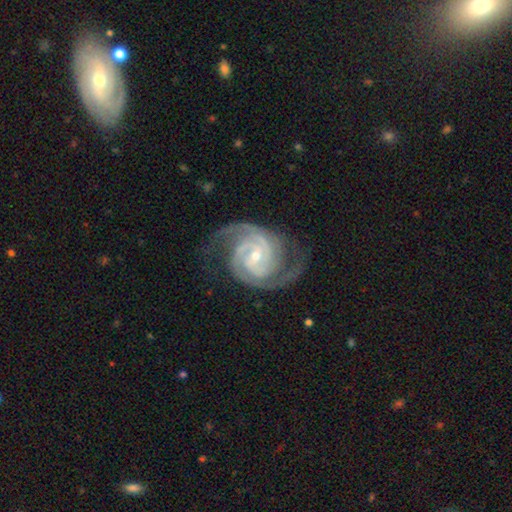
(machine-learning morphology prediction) featured or disk 94%, star or artifact 4%, smooth 3%. Down the decision tree: edge-on disk — no (98%); bar — weak (43%); spiral arms — yes (99%); spiral arm count — 2 (60%); spiral winding — tight (59%); bulge size — small (62%); merging — none (74%).